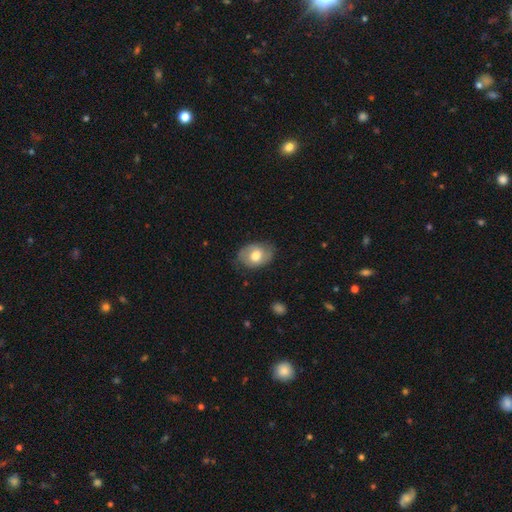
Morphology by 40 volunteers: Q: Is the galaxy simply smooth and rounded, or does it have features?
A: smooth — 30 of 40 (75%).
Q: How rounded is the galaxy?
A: in between — 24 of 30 (80%).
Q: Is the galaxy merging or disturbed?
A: none — 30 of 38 (79%).